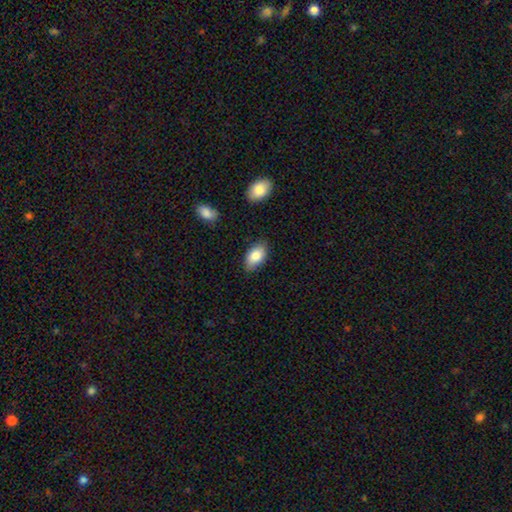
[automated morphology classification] smooth_or_featured: smooth (p=0.84) [alt: featured or disk p=0.10]
how_rounded: in between (p=0.94) [alt: round p=0.04]
merging: none (p=0.82) [alt: minor disturbance p=0.14]